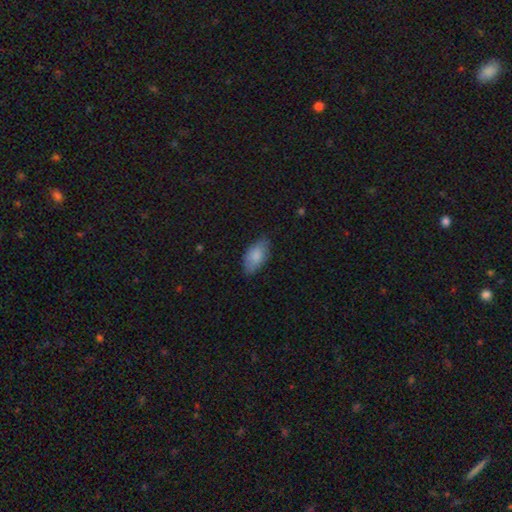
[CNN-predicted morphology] type=smooth (84%); roundness=in between (94%); merging=none (75%).